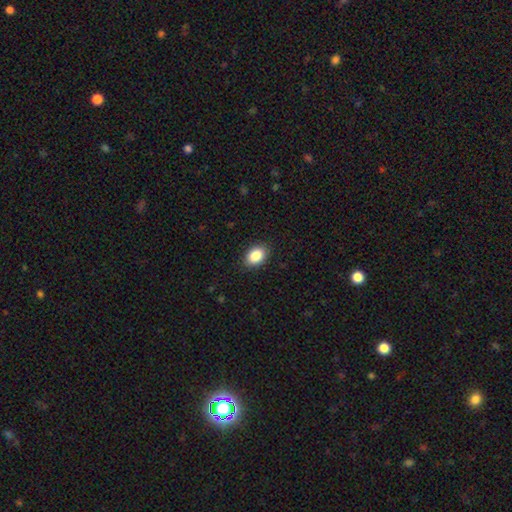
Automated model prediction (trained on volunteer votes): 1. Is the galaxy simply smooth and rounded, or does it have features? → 88% smooth, 8% star or artifact, 5% featured or disk.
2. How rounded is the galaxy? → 82% in between, 17% round, 1% cigar-shaped.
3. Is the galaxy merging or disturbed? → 88% none, 8% minor disturbance, 2% major disturbance, 1% merger.